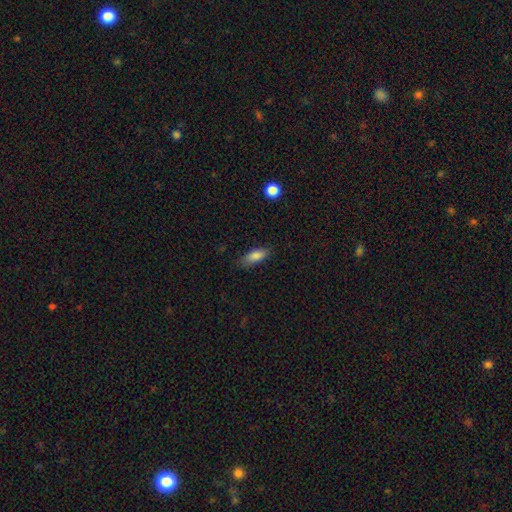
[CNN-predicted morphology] A smooth galaxy with no disk features (85%) that is in between round and cigar-shaped (76%). Merging: none (79%).